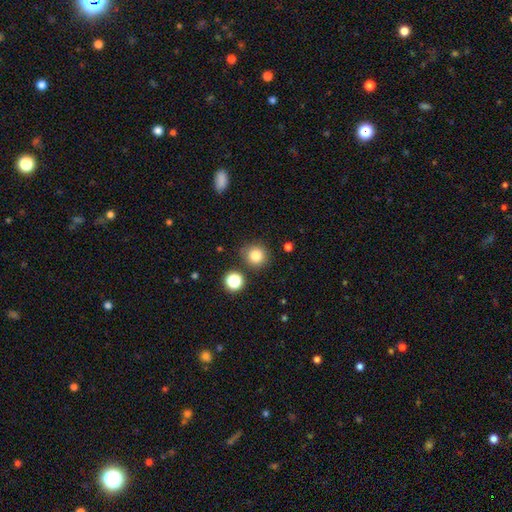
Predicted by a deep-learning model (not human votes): smooth_or_featured: smooth (p=0.82) [alt: star or artifact p=0.12]
how_rounded: round (p=0.91) [alt: in between p=0.08]
merging: none (p=0.83) [alt: minor disturbance p=0.09]